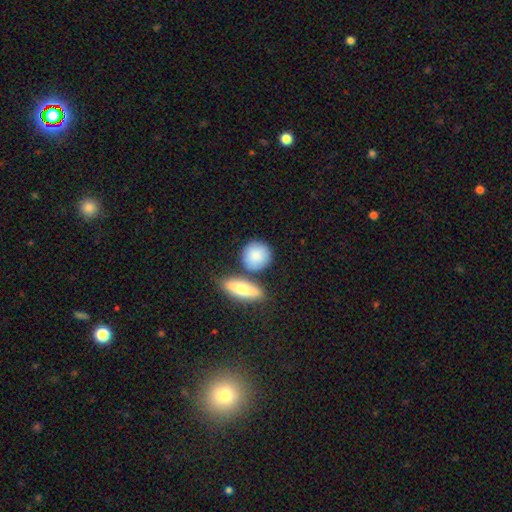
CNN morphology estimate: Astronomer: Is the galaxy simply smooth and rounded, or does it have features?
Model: smooth — 85%.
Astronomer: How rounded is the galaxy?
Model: round — 76%.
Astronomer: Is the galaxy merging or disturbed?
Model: none — 67%.